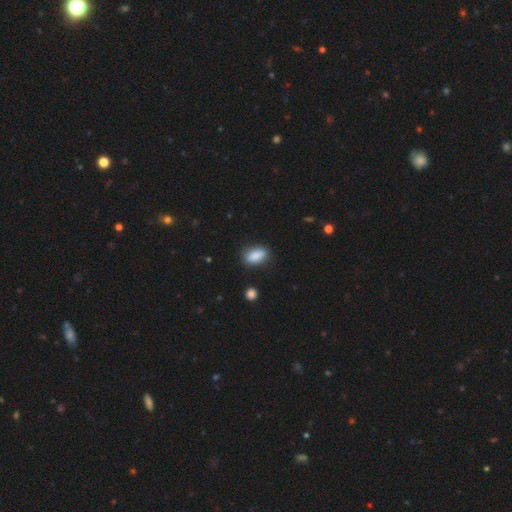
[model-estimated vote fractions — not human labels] Smooth or featured: smooth — 86% (star or artifact — 8%)
How rounded: in between — 84% (cigar-shaped — 9%)
Merging: none — 80% (minor disturbance — 15%)